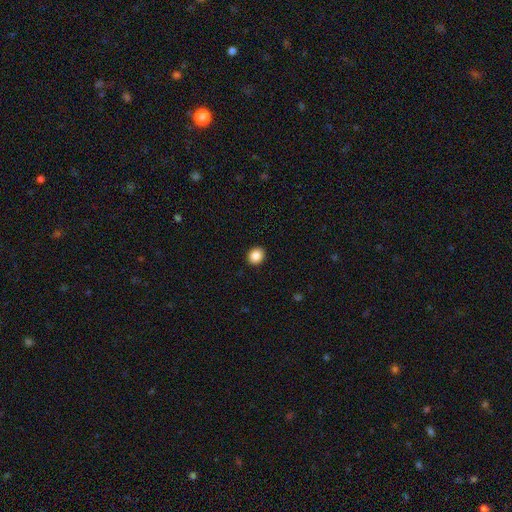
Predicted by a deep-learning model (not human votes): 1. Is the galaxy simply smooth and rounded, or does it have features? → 86% smooth, 9% star or artifact, 4% featured or disk.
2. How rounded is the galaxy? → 73% round, 26% in between, 1% cigar-shaped.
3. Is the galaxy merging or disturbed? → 92% none, 5% minor disturbance, 2% major disturbance, 1% merger.